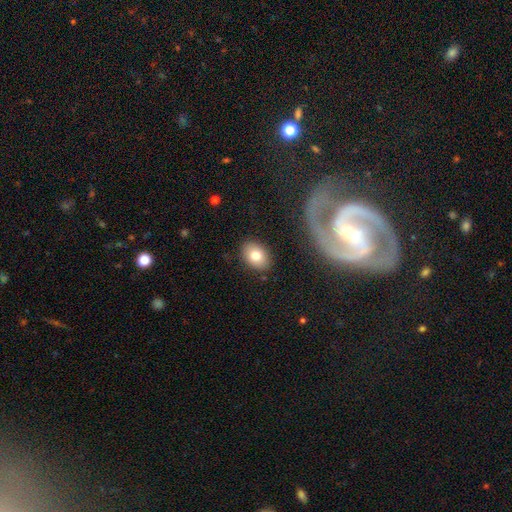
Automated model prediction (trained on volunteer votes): Morphology: type=smooth (80%); roundness=in between (74%); merging=none (86%).